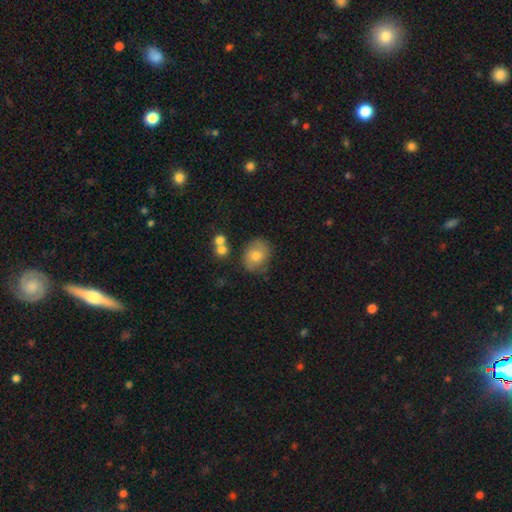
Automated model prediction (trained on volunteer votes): Morphology: type=smooth (71%); roundness=round (57%); merging=none (72%).